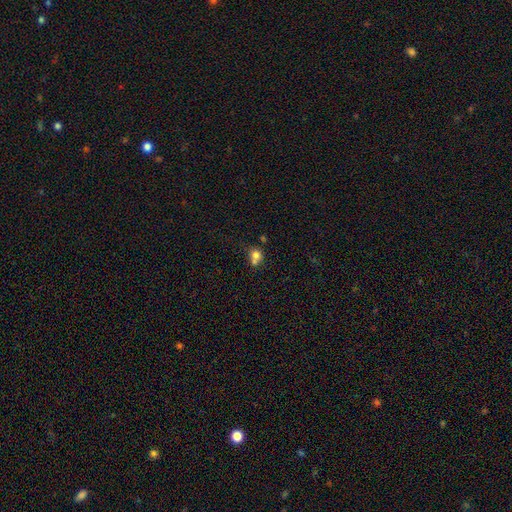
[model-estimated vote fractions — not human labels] smooth-or-featured: smooth: 73% | featured or disk: 14% | star or artifact: 13%
  how-rounded: round: 70% | in between: 29% | cigar-shaped: 1%
  merging: merger: 44% | none: 36% | minor disturbance: 14% | major disturbance: 7%